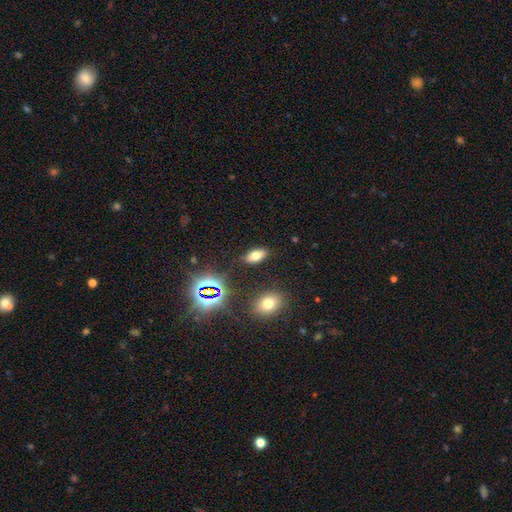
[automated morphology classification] type=smooth (68%); roundness=in between (87%); merging=none (86%).